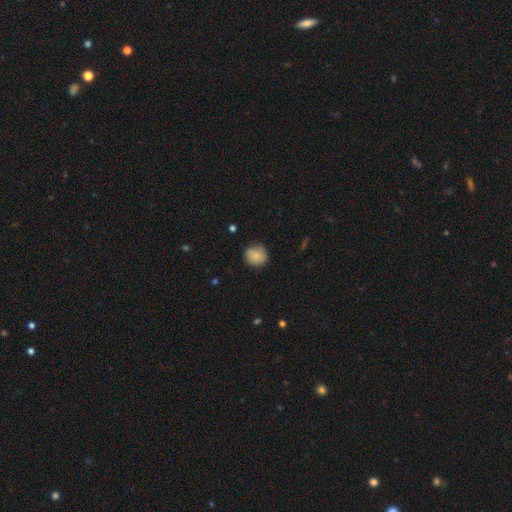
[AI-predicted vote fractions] The model was most divided on "merging": none: 77%, minor disturbance: 19%, major disturbance: 3%, merger: 1%. More confident: how rounded — round (85%); smooth or featured — smooth (78%).